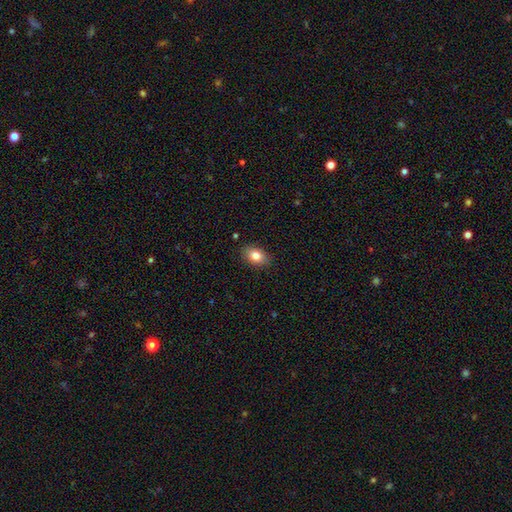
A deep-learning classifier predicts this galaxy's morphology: smooth-or-featured: smooth: 82% | featured or disk: 10% | star or artifact: 9%
  how-rounded: in between: 82% | round: 17% | cigar-shaped: 1%
  merging: none: 87% | minor disturbance: 10% | major disturbance: 2% | merger: 1%